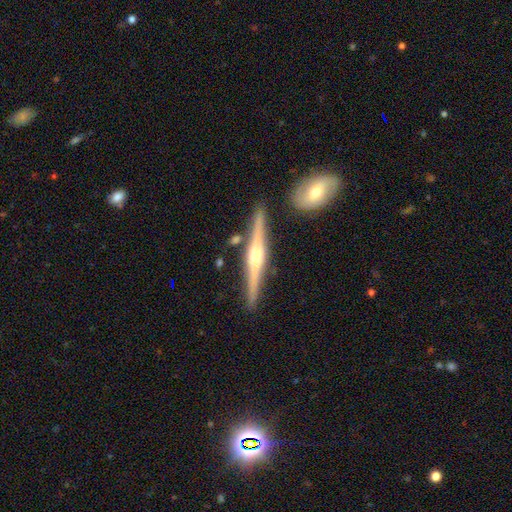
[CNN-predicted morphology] The model was most divided on "smooth or featured": featured or disk: 79%, smooth: 15%, star or artifact: 5%. More confident: edge-on disk — yes (98%); merging — none (85%); edge-on bulge — rounded (84%).